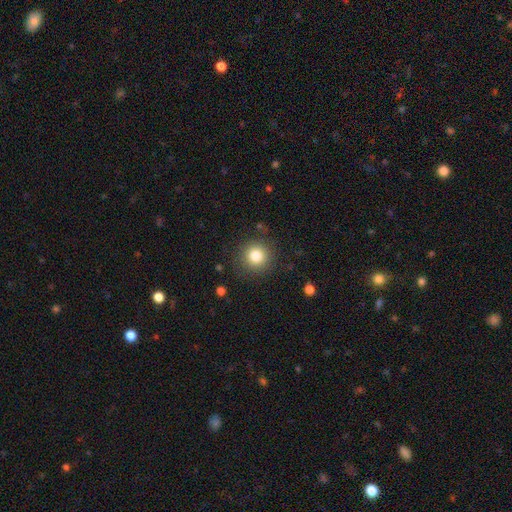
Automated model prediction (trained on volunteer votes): A smooth galaxy with no disk features (81%) that is round (94%).

Vote fractions:
- Smooth or featured? smooth: 81% / star or artifact: 11% / featured or disk: 7%
- How rounded? round: 94% / in between: 5% / cigar-shaped: 1%
- Merging? none: 88% / minor disturbance: 8% / major disturbance: 3% / merger: 1%